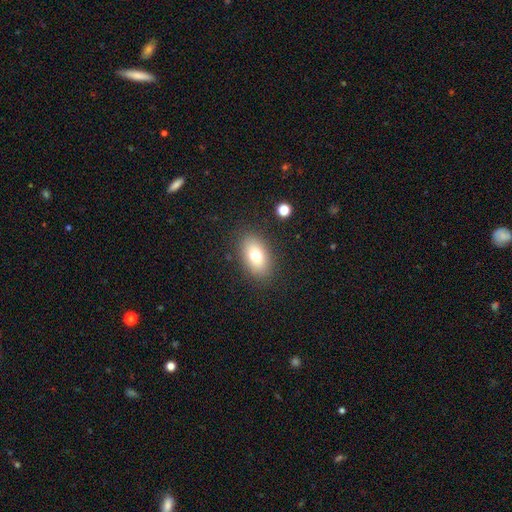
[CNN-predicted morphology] Smooth or featured? smooth (74%)
How rounded? in between (88%)
Merging? none (86%)